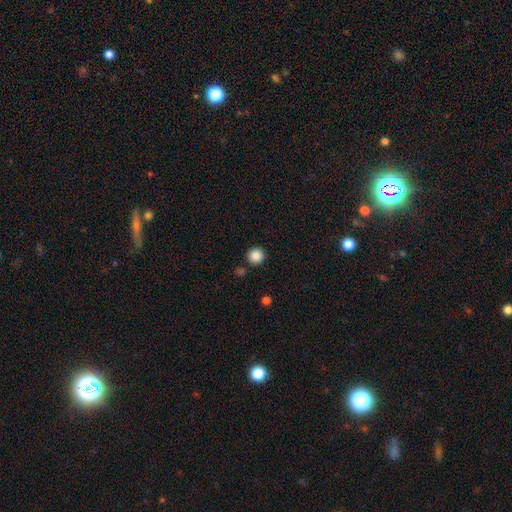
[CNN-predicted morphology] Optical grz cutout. It shows a smooth galaxy with no disk features (86%) that is round (95%). Merging: none (89%).